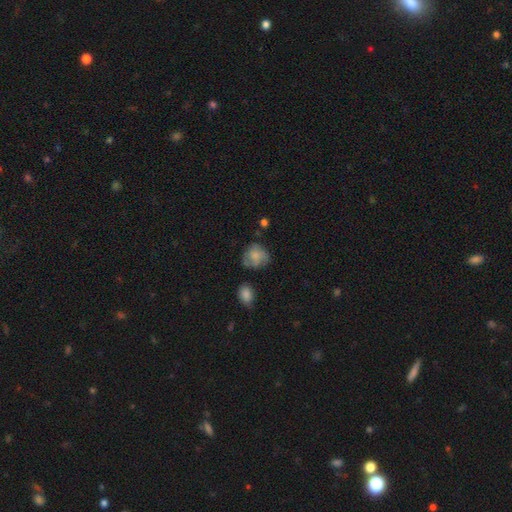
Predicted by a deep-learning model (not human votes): Q: Smooth or featured?
A: smooth (62%); runner-up: featured or disk (29%)
Q: How rounded?
A: round (68%); runner-up: in between (31%)
Q: Merging?
A: none (54%); runner-up: minor disturbance (27%)